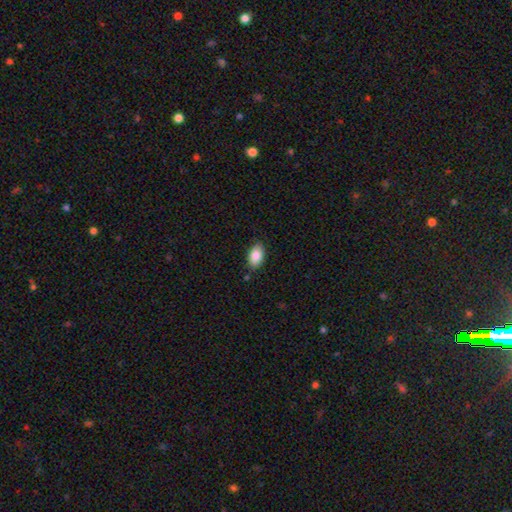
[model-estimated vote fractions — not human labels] A smooth galaxy with no disk features (86%) that is in between round and cigar-shaped (92%). Merging: none (84%).